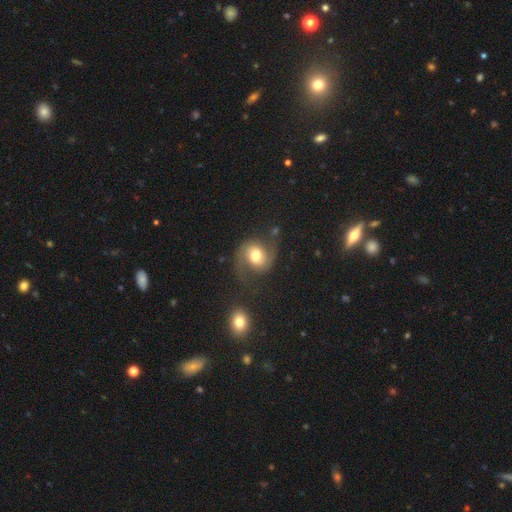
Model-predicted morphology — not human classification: This appears to be a featured or disk galaxy (69%) with no bar (57%), 2 (91%) medium (47%) spiral arms (92%) and a moderate central bulge (62%). Merging: none (63%).